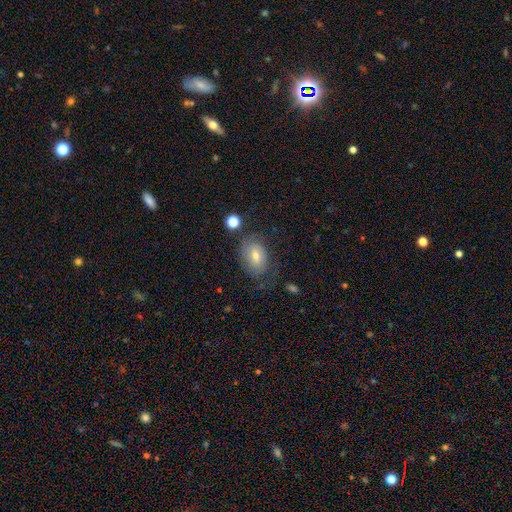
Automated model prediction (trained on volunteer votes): This is possibly a smooth galaxy (57%). How rounded: likely in between (78%). Merging: likely none (60%).